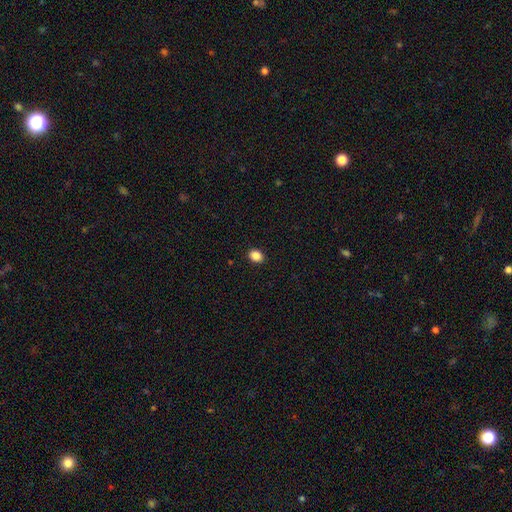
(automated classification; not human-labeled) Morphology: type=smooth (87%); roundness=in between (56%); merging=none (91%).